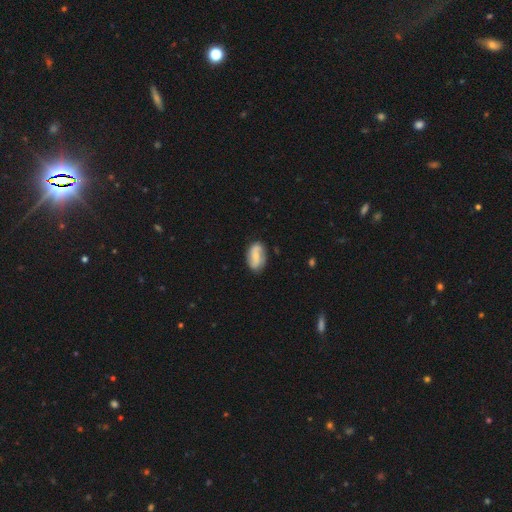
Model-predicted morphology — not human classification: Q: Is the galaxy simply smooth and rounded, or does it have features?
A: featured or disk — 54%.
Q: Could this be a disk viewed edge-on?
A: no — 95%.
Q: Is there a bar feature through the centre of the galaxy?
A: no — 43%.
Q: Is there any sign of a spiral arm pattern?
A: yes — 85%.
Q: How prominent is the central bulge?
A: small — 58%.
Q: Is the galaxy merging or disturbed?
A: none — 76%.